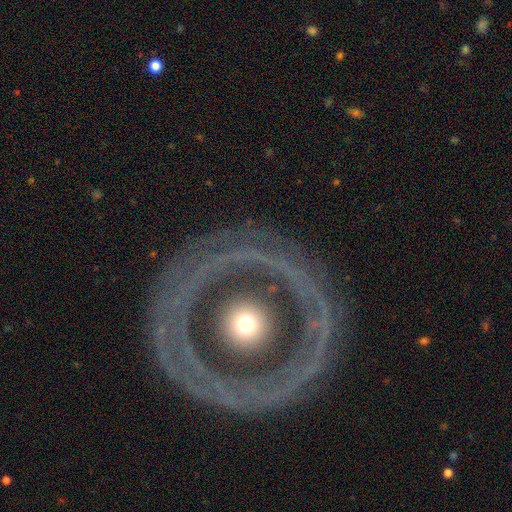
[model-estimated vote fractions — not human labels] Overall: featured or disk (74%). Edge-on disk: no (92%). Bar: no (83%). Spiral arms: no (76%). Bulge size: moderate (70%). Merging: none (81%).